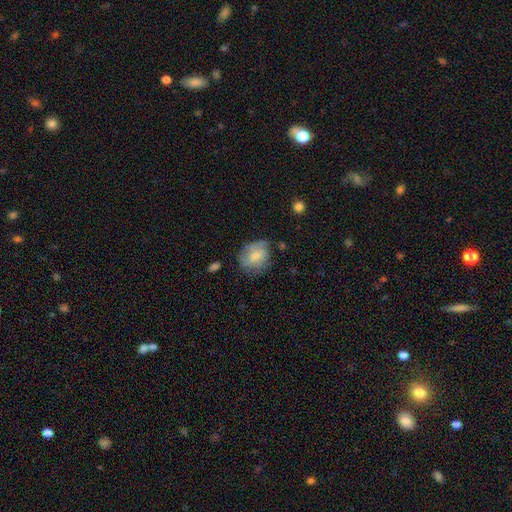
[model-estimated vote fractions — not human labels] A smooth galaxy with no disk features (58%) that is round (62%). Merging: none (58%).